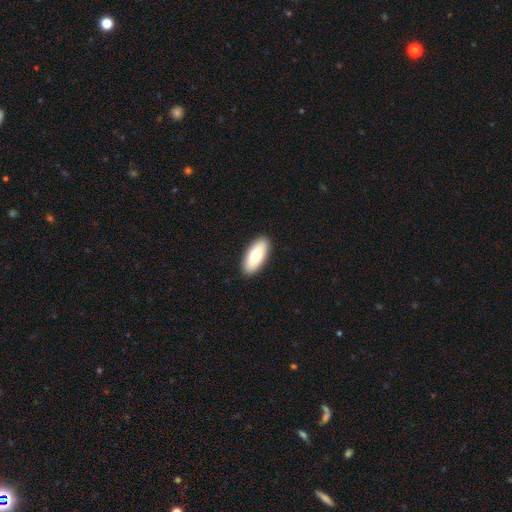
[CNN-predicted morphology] The model was most divided on "smooth or featured": smooth: 73%, featured or disk: 21%, star or artifact: 6%. More confident: merging — none (91%); how rounded — in between (88%).